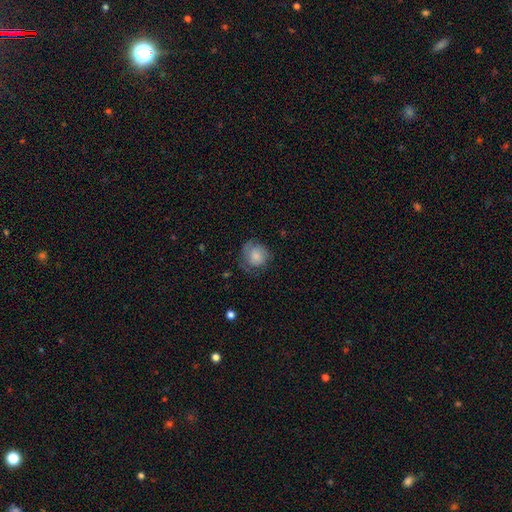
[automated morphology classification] smooth-or-featured: smooth: 69% | featured or disk: 23% | star or artifact: 8%
  how-rounded: round: 83% | in between: 16% | cigar-shaped: 1%
  merging: none: 59% | minor disturbance: 26% | major disturbance: 13% | merger: 1%